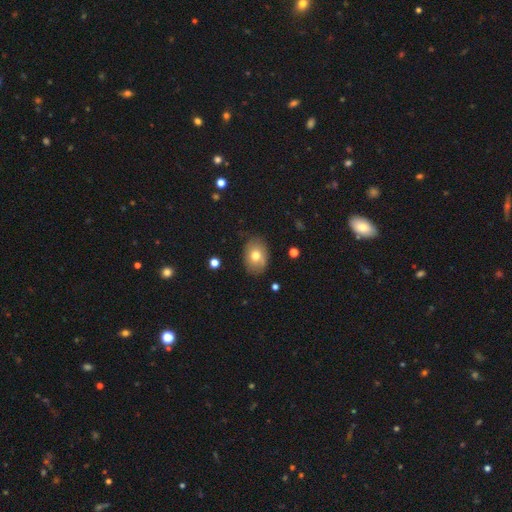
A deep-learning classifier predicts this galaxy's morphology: Q: Smooth or featured?
A: smooth (70%); runner-up: featured or disk (21%)
Q: How rounded?
A: in between (71%); runner-up: round (28%)
Q: Merging?
A: none (79%); runner-up: minor disturbance (16%)